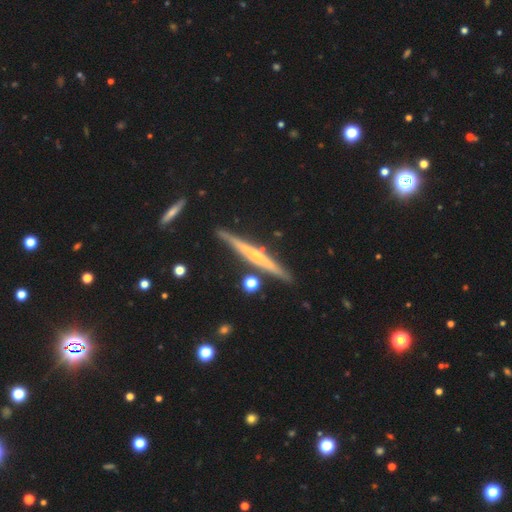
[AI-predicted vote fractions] smooth-or-featured: featured or disk: 73% | smooth: 21% | star or artifact: 6%
  disk-edge-on: yes: 98% | no: 2%
    edge-on-bulge: rounded: 59% | none: 35% | boxy: 6%
  merging: none: 87% | minor disturbance: 8% | merger: 3% | major disturbance: 2%